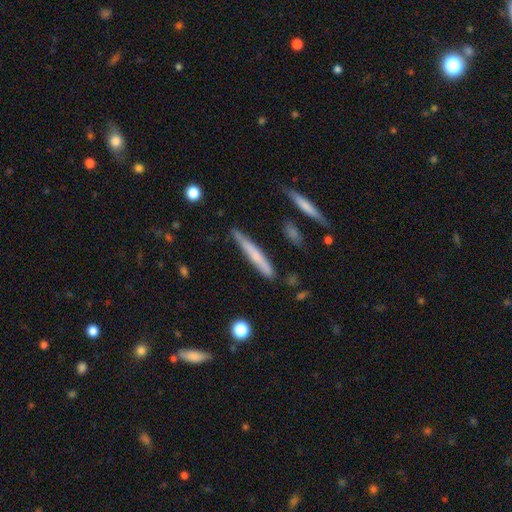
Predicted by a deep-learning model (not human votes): smooth 60%, featured or disk 34%, star or artifact 6%. Down the decision tree: how rounded — cigar-shaped (94%); merging — none (79%).